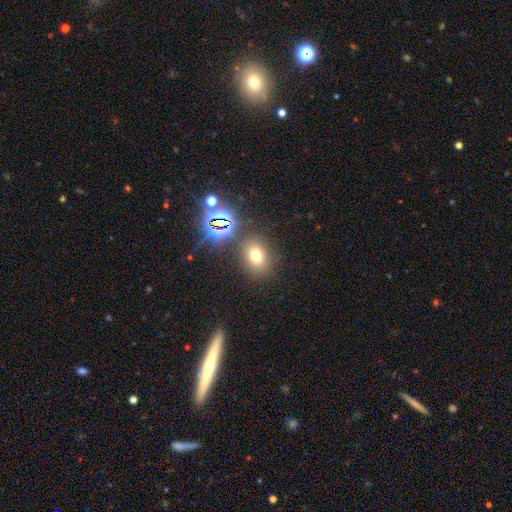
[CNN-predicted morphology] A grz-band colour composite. It shows a smooth galaxy with no disk features (63%) that is in between round and cigar-shaped (55%). Merging: none (79%).